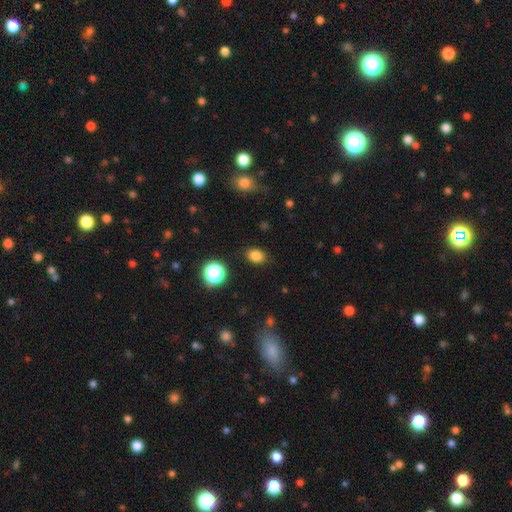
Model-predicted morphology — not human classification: This is clearly a smooth galaxy (82%). How rounded: likely in between (66%). Merging: clearly none (85%).